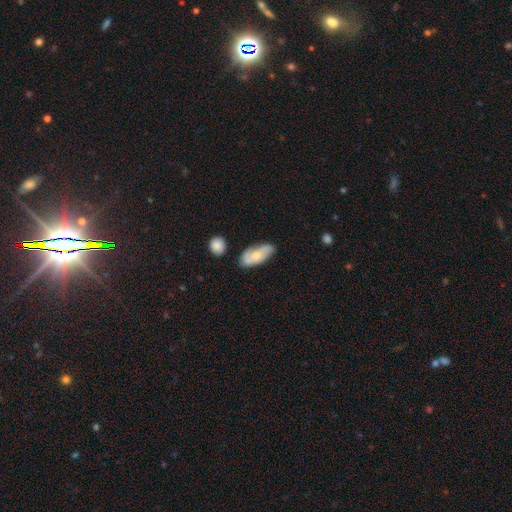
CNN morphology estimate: Smooth or featured? Predicted: smooth (p=0.58). How rounded? Predicted: in between (p=0.86). Merging? Predicted: none (p=0.64).